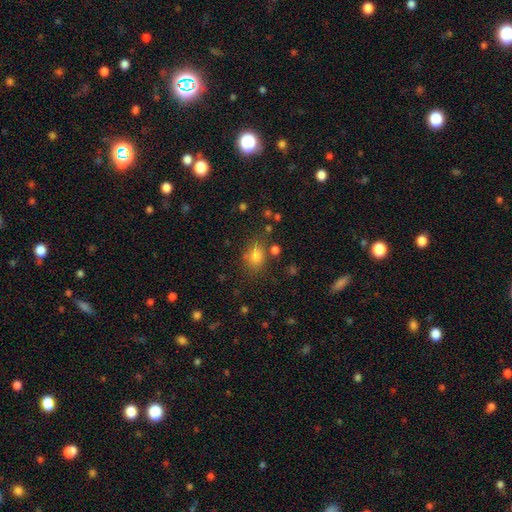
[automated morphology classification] smooth-or-featured: smooth: 78% | star or artifact: 15% | featured or disk: 7%
  how-rounded: in between: 66% | round: 33% | cigar-shaped: 2%
  merging: none: 73% | minor disturbance: 15% | merger: 6% | major disturbance: 5%